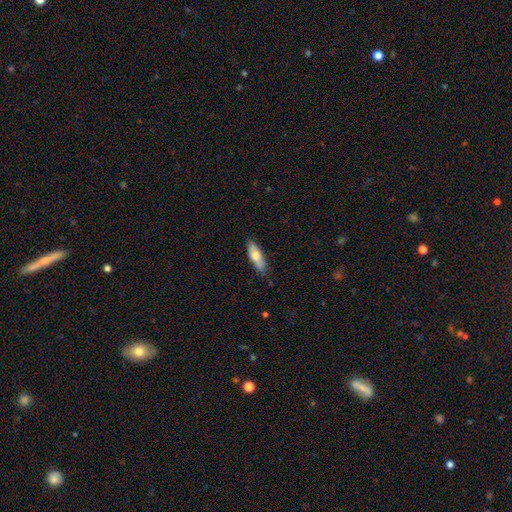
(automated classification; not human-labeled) Smooth or featured? smooth (69%)
How rounded? in between (58%)
Merging? none (84%)